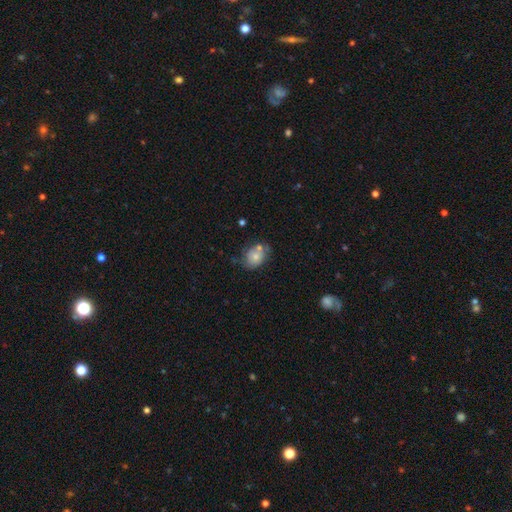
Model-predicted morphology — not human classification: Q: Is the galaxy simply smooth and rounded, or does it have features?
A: smooth — 64%.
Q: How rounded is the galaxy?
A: in between — 53%.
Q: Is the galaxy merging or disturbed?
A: none — 48%.